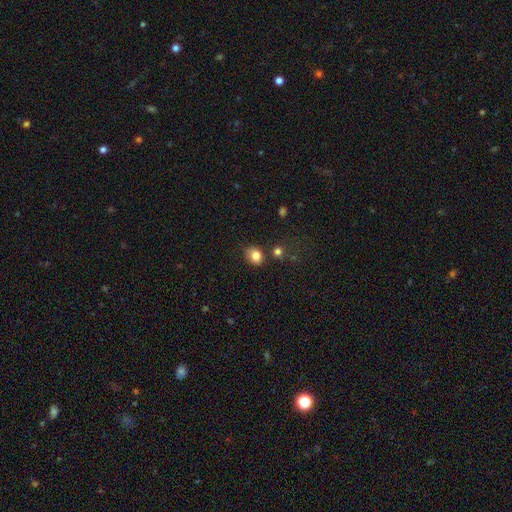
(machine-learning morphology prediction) smooth-or-featured: smooth: 82% | star or artifact: 11% | featured or disk: 7%
  how-rounded: round: 54% | in between: 45% | cigar-shaped: 1%
  merging: none: 76% | minor disturbance: 14% | merger: 7% | major disturbance: 3%